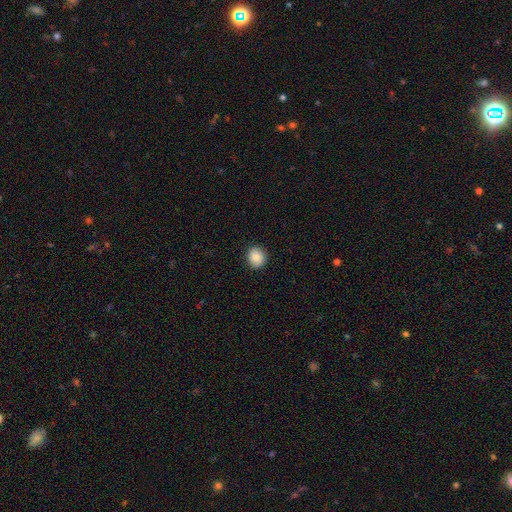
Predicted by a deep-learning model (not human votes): Overall: smooth (87%). How rounded: round (76%). Merging: none (90%).